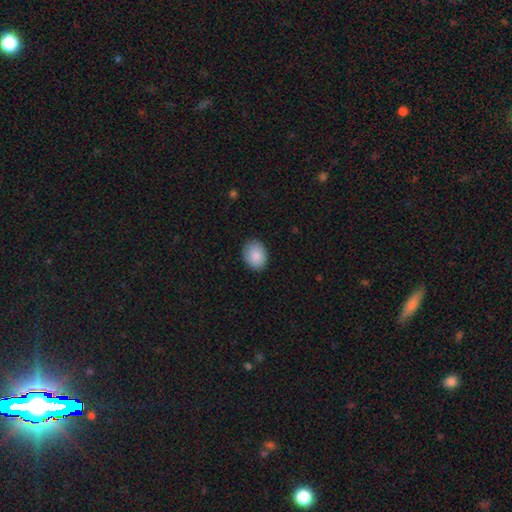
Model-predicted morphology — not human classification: smooth-or-featured: smooth: 88% | star or artifact: 7% | featured or disk: 5%
  how-rounded: in between: 65% | round: 34% | cigar-shaped: 1%
  merging: none: 88% | minor disturbance: 9% | major disturbance: 2% | merger: 1%